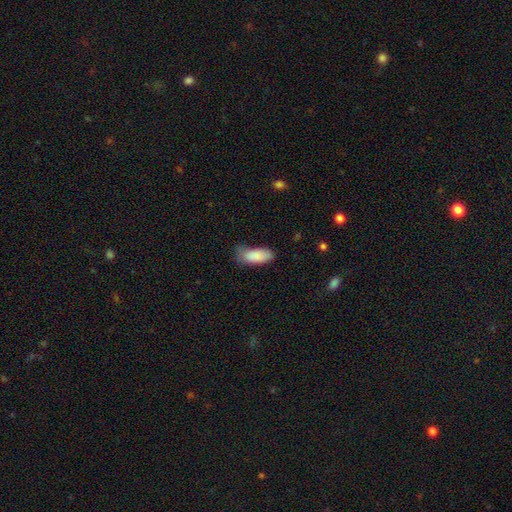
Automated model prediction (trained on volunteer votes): Q: Smooth or featured?
A: smooth (87%); runner-up: star or artifact (7%)
Q: How rounded?
A: in between (86%); runner-up: cigar-shaped (12%)
Q: Merging?
A: none (45%); runner-up: minor disturbance (40%)